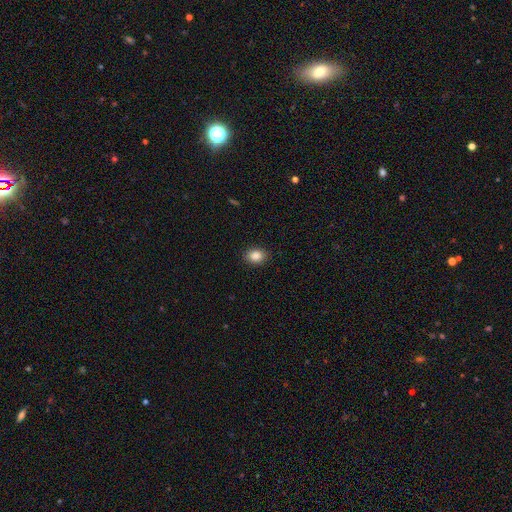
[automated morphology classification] A smooth galaxy with no disk features (88%) that is in between round and cigar-shaped (63%).

Vote fractions:
- Smooth or featured? smooth: 88% / star or artifact: 9% / featured or disk: 4%
- How rounded? in between: 63% / round: 36% / cigar-shaped: 1%
- Merging? none: 89% / minor disturbance: 8% / major disturbance: 2% / merger: 1%